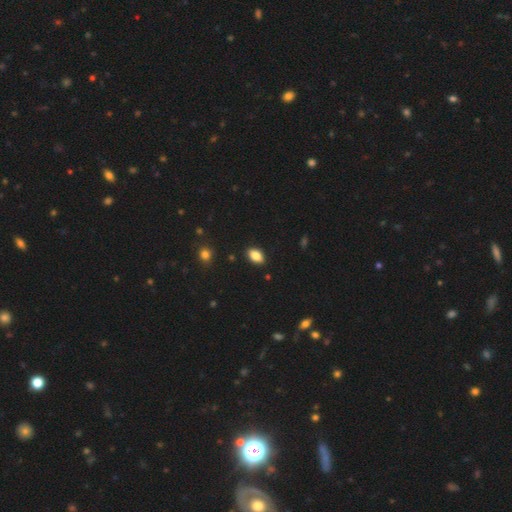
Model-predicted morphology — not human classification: Smooth or featured?
  - smooth: 85% *
  - star or artifact: 9%
  - featured or disk: 7%
How rounded?
  - in between: 90% *
  - round: 8%
  - cigar-shaped: 2%
Merging?
  - none: 89% *
  - minor disturbance: 8%
  - major disturbance: 2%
  - merger: 1%